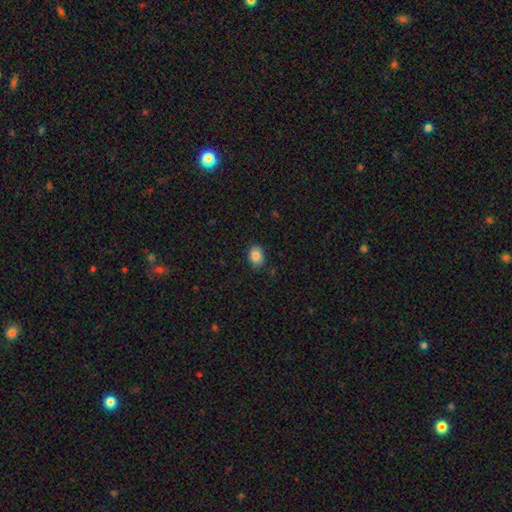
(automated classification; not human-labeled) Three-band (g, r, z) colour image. It shows a smooth galaxy with no disk features (85%) that is in between round and cigar-shaped (65%). Merging: none (86%).